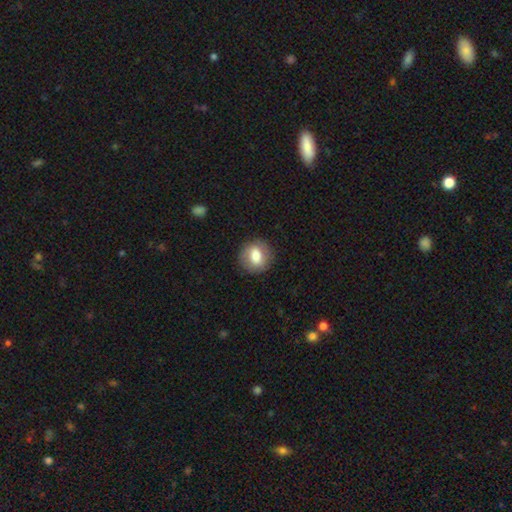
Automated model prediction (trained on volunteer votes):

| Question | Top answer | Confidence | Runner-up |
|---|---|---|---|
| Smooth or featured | smooth | 72% | featured or disk (20%) |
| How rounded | round | 76% | in between (22%) |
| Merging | none | 87% | minor disturbance (9%) |